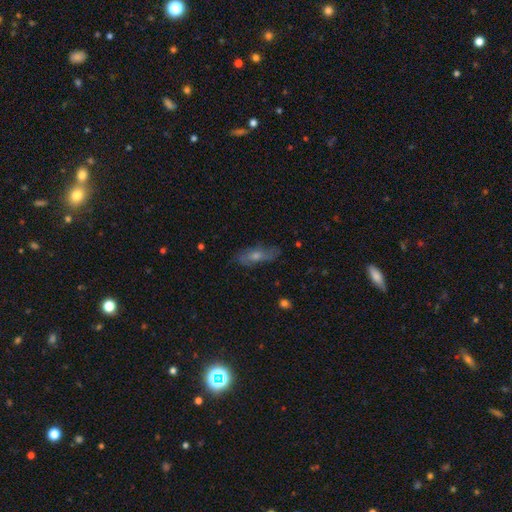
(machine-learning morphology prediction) This is possibly a featured or disk galaxy (47%). Merging: likely none (79%).